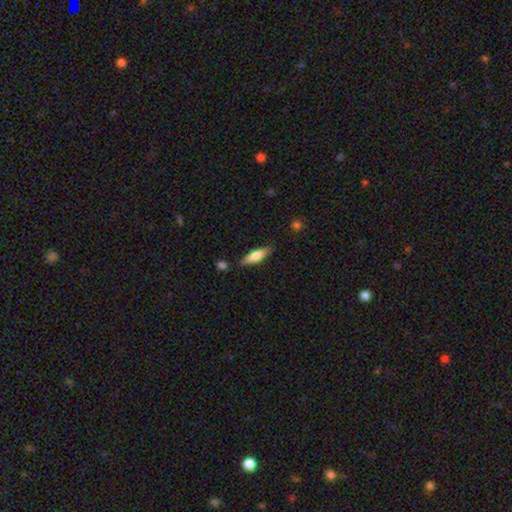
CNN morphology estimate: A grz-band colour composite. It shows a smooth galaxy with no disk features (65%) that is cigar-shaped (61%). Merging: none (81%).